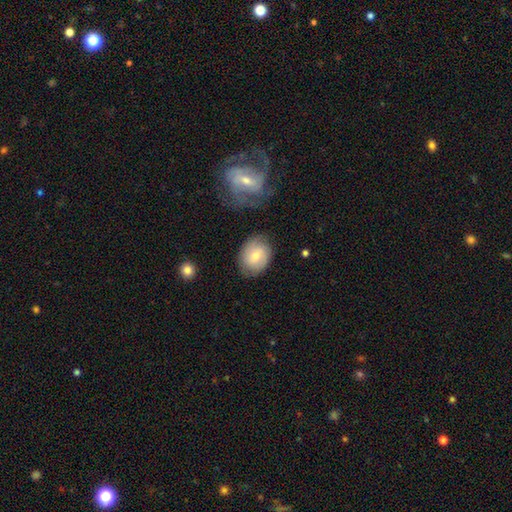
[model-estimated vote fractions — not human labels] This is likely a smooth galaxy (62%). How rounded: possibly in between (58%). Merging: likely none (73%).